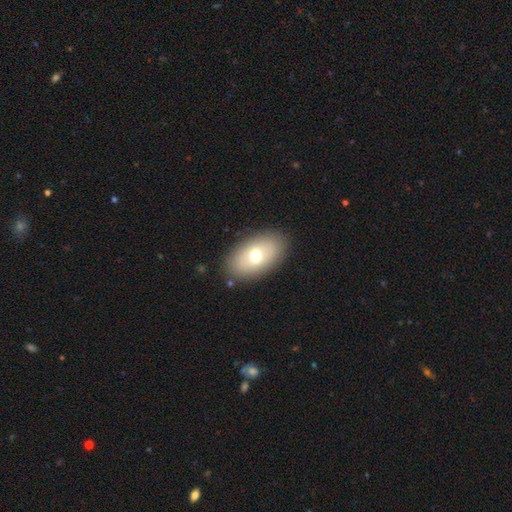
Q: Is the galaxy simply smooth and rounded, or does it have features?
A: smooth — 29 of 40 (72%).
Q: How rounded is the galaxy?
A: in between — 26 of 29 (90%).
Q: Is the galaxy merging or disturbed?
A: none — 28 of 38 (74%).